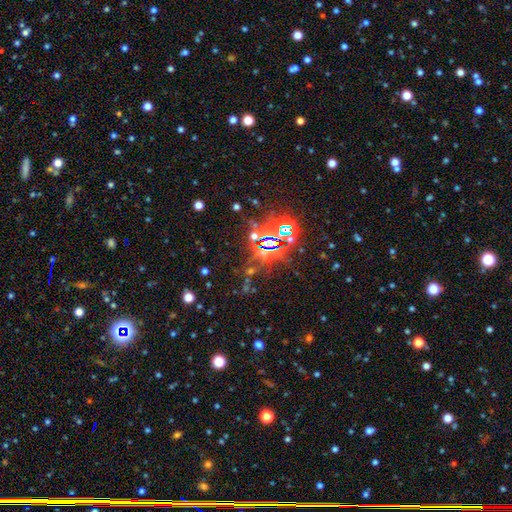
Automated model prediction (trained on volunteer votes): Smooth or featured? Predicted: star or artifact (p=0.82).